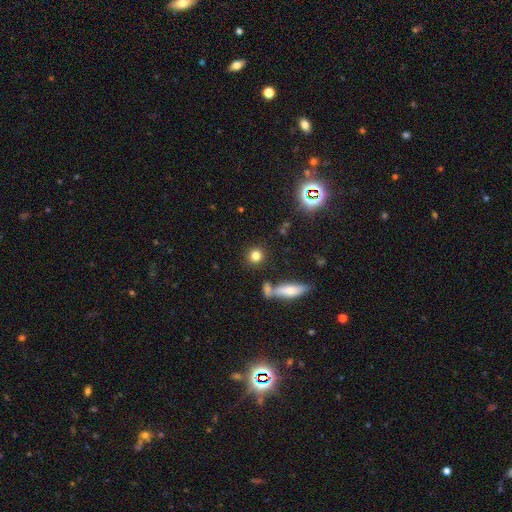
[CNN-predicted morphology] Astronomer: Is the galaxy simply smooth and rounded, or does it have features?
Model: smooth — 80%.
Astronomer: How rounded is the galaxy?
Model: round — 83%.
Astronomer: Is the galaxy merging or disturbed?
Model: none — 80%.